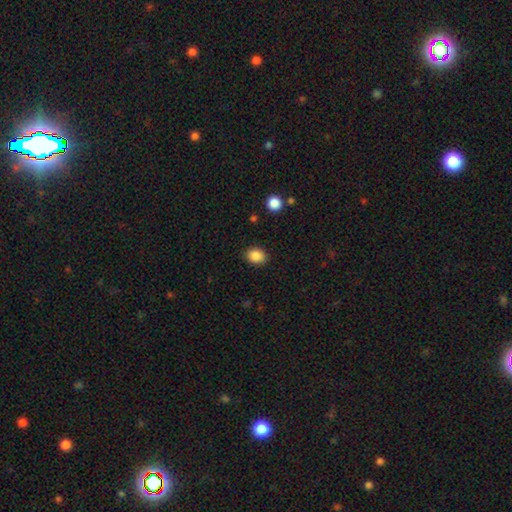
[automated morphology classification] A smooth galaxy with no disk features (87%) that is in between round and cigar-shaped (54%).

Vote fractions:
- Smooth or featured? smooth: 87% / star or artifact: 9% / featured or disk: 4%
- How rounded? in between: 54% / round: 45% / cigar-shaped: 1%
- Merging? none: 88% / minor disturbance: 8% / major disturbance: 2% / merger: 1%